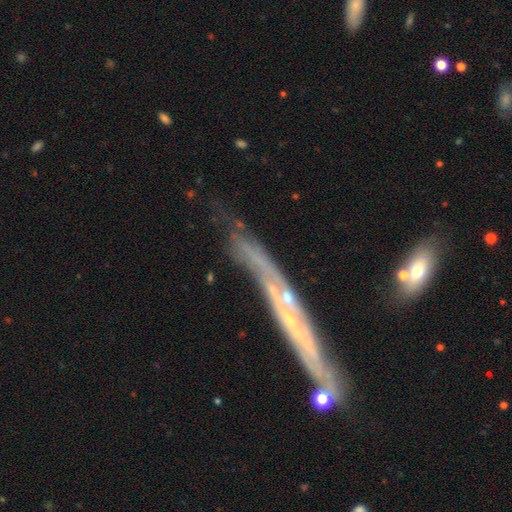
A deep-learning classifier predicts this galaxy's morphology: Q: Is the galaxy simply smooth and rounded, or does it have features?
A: featured or disk — 75%.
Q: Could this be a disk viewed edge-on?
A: yes — 66%.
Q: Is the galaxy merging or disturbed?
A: none — 62%.